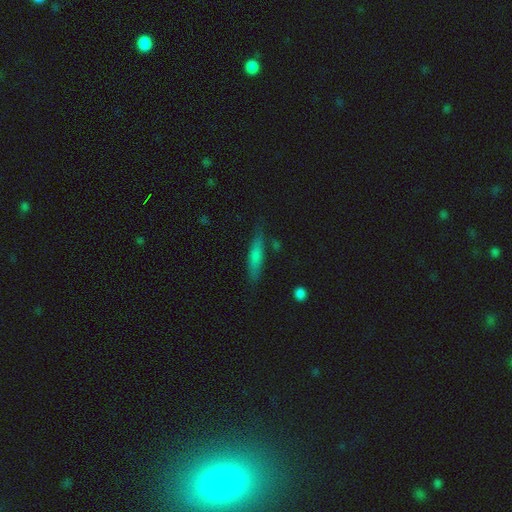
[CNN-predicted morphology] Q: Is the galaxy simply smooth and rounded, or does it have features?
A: smooth — 61%.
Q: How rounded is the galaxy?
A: cigar-shaped — 84%.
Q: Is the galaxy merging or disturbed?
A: none — 80%.